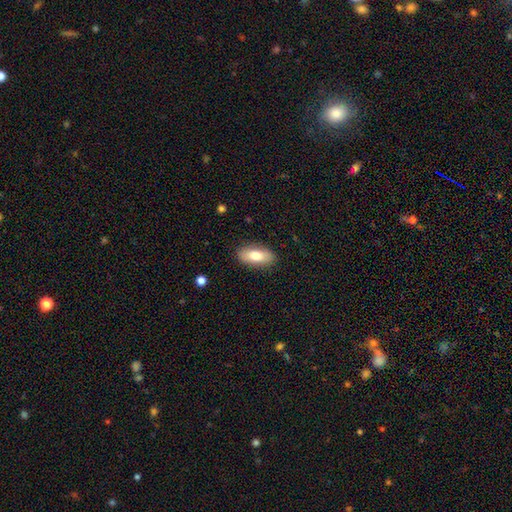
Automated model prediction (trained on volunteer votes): Smooth or featured? Predicted: smooth (p=0.77). How rounded? Predicted: in between (p=0.86). Merging? Predicted: none (p=0.87).